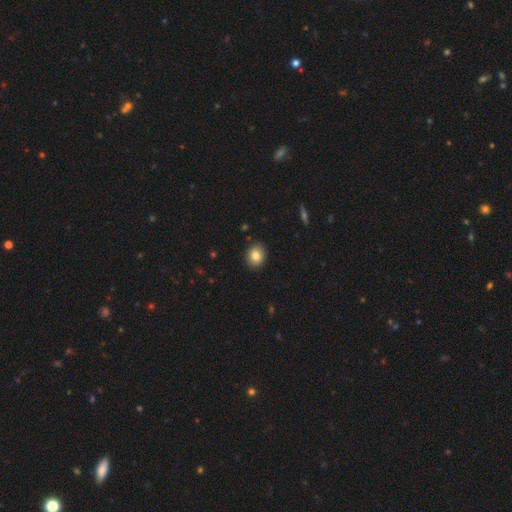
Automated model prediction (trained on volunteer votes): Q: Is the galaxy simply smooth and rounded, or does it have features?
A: smooth — 82%.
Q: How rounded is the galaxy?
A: round — 61%.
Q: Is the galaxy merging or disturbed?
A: none — 90%.